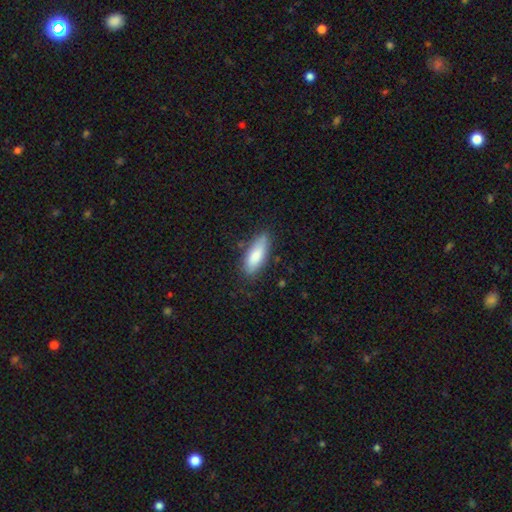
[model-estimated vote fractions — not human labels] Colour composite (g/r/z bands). It shows a smooth galaxy with no disk features (81%) that is in between round and cigar-shaped (68%). Merging: none (77%).